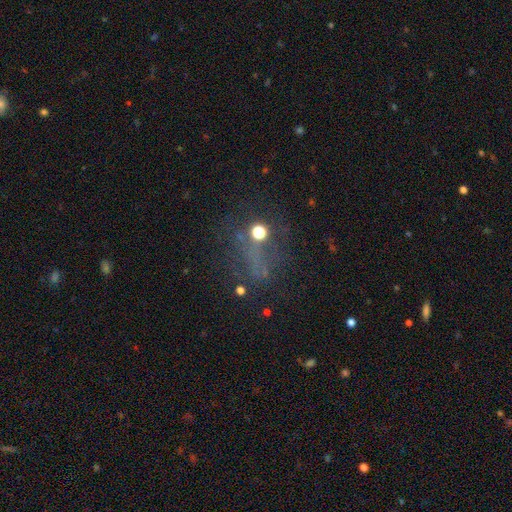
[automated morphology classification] star or artifact 44%, smooth 34%, featured or disk 23%.